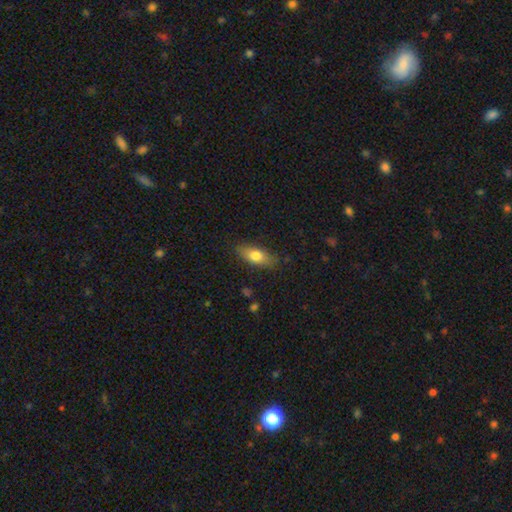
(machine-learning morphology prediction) smooth-or-featured: smooth: 75% | featured or disk: 18% | star or artifact: 7%
  how-rounded: in between: 79% | cigar-shaped: 17% | round: 4%
  merging: none: 83% | minor disturbance: 13% | major disturbance: 3% | merger: 1%